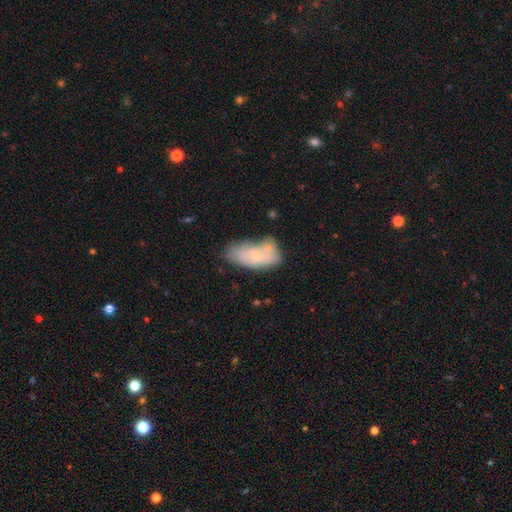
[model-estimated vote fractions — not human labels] Smooth or featured: smooth — 58% (featured or disk — 35%)
How rounded: in between — 89% (cigar-shaped — 6%)
Merging: none — 39% (merger — 28%)